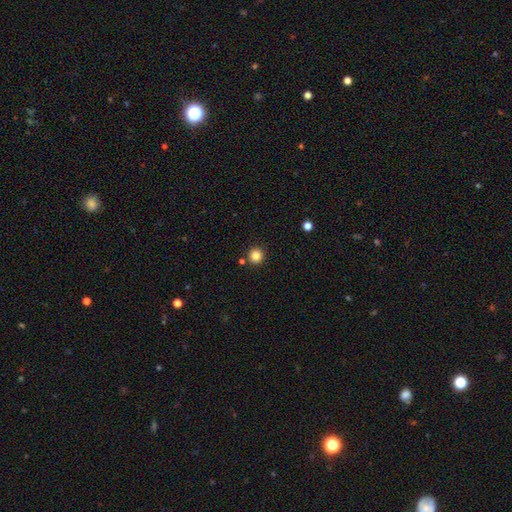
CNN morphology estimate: Smooth or featured? Predicted: smooth (p=0.84). How rounded? Predicted: round (p=0.95). Merging? Predicted: none (p=0.87).